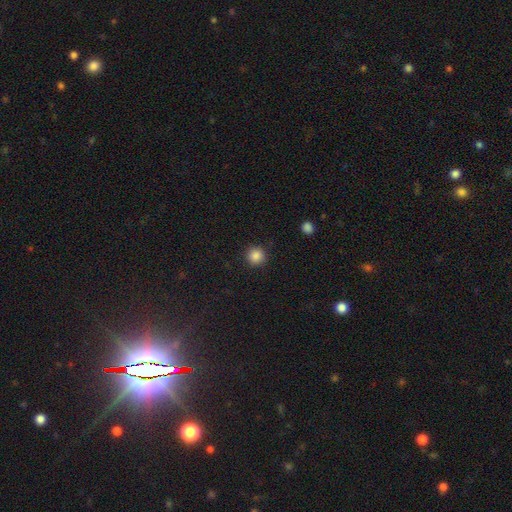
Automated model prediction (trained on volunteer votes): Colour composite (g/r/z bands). It shows a smooth galaxy with no disk features (86%) that is round (95%). Merging: none (91%).